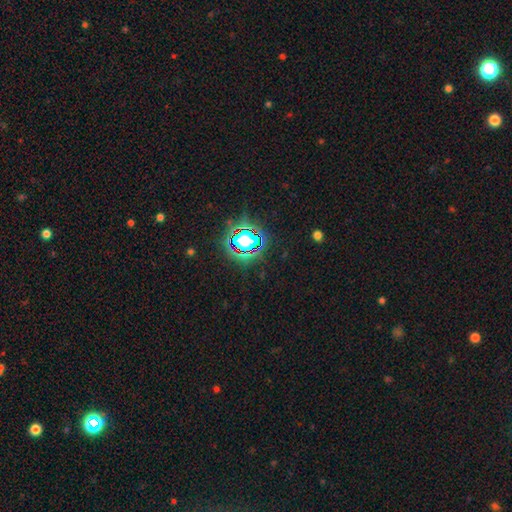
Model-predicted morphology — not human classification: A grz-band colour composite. It shows a star or artifact, not a galaxy (79%).